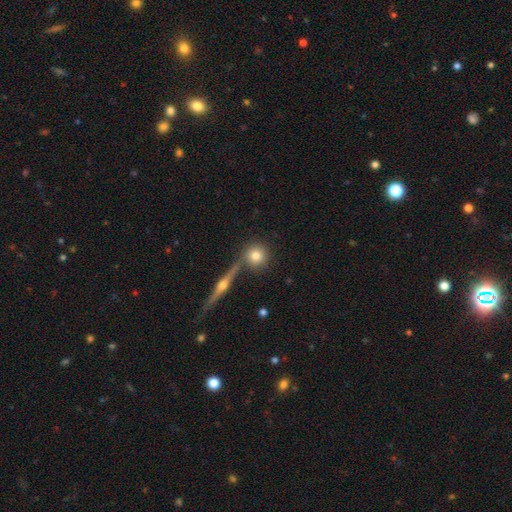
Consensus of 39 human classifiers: smooth_or_featured: smooth (p=0.69) [alt: featured or disk p=0.26]
how_rounded: round (p=0.96) [alt: in between p=0.04]
merging: none (p=0.73) [alt: minor disturbance p=0.14]